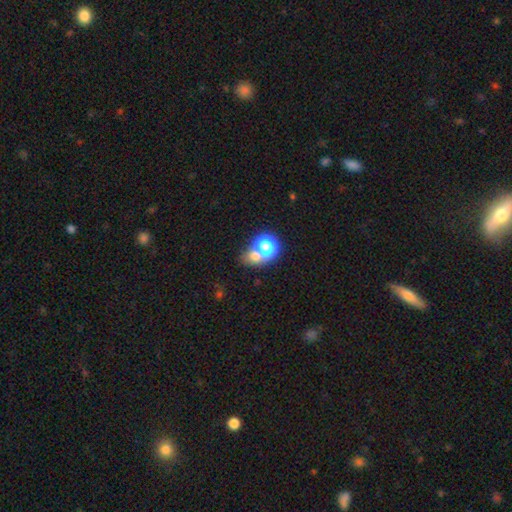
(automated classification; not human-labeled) A smooth galaxy with no disk features (63%) that is round (71%).

Vote fractions:
- Smooth or featured? smooth: 63% / star or artifact: 24% / featured or disk: 12%
- How rounded? round: 71% / in between: 28% / cigar-shaped: 1%
- Merging? merger: 44% / none: 42% / minor disturbance: 8% / major disturbance: 6%